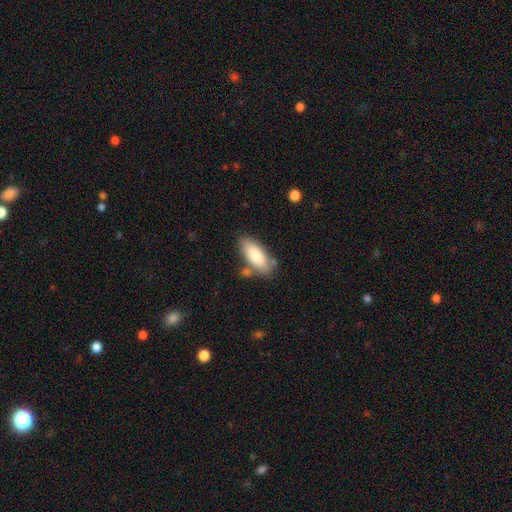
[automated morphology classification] This appears to be a smooth galaxy with no disk features (82%) that is in between round and cigar-shaped (80%). Merging: none (72%).